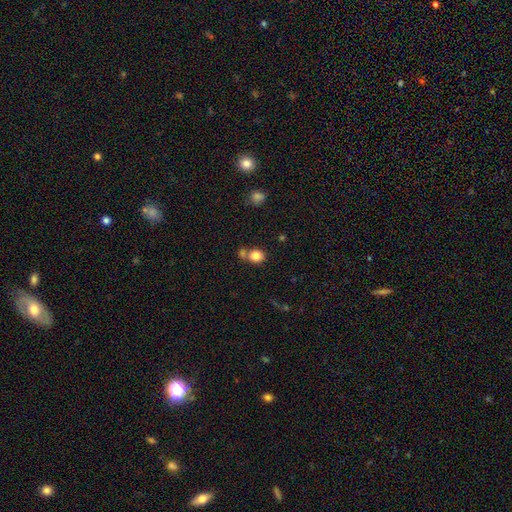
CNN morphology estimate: The model was most divided on "merging": none: 55%, merger: 31%, minor disturbance: 11%, major disturbance: 4%. More confident: smooth or featured — smooth (82%); how rounded — round (68%).